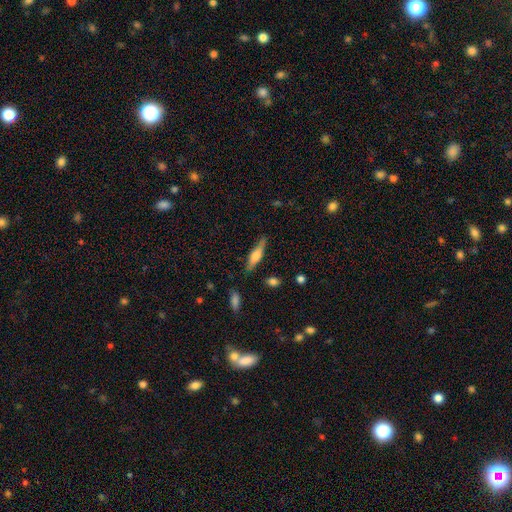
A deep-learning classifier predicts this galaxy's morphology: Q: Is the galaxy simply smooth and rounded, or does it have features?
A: featured or disk — 48%.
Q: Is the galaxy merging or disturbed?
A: none — 81%.